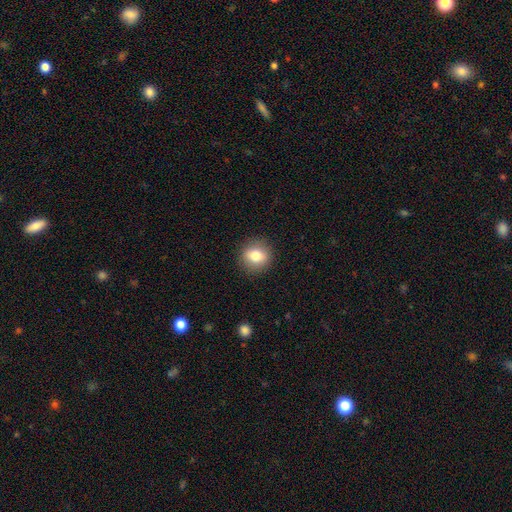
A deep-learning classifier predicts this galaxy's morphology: Smooth or featured? Predicted: smooth (p=0.79). How rounded? Predicted: round (p=0.81). Merging? Predicted: none (p=0.89).